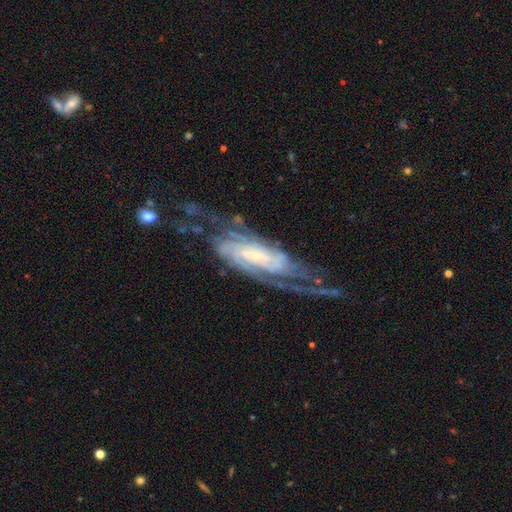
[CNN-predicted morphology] Smooth or featured? featured or disk (87%)
Edge-on disk? no (90%)
Bar? no (43%)
Spiral arms? yes (97%)
Spiral winding? tight (53%)
Spiral arm count? 2 (39%)
Bulge size? small (61%)
Merging? none (64%)